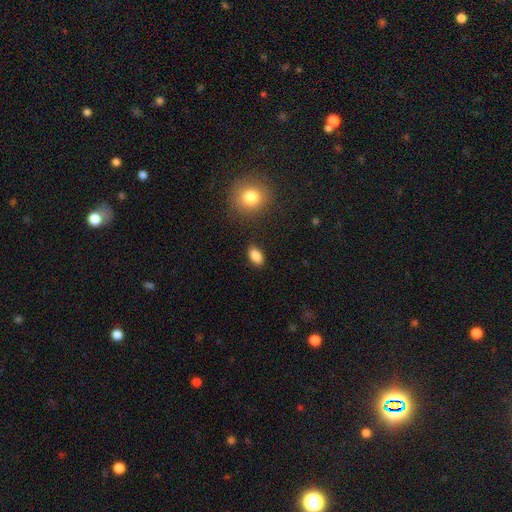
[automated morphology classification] Q: Smooth or featured?
A: smooth (86%); runner-up: star or artifact (9%)
Q: How rounded?
A: in between (89%); runner-up: round (7%)
Q: Merging?
A: none (87%); runner-up: minor disturbance (9%)